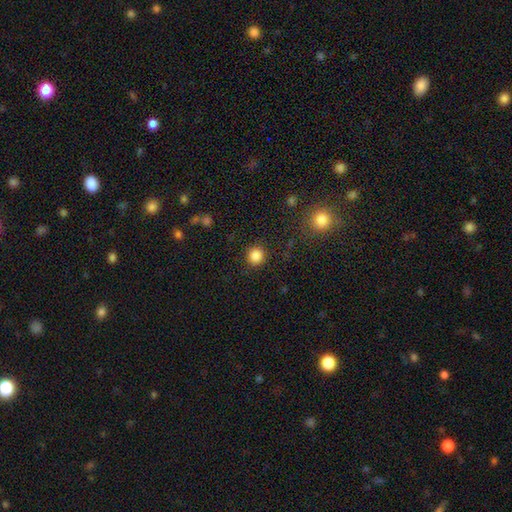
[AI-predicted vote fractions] Smooth or featured?
  - smooth: 86% *
  - star or artifact: 11%
  - featured or disk: 3%
How rounded?
  - round: 93% *
  - in between: 6%
  - cigar-shaped: 1%
Merging?
  - none: 88% *
  - minor disturbance: 7%
  - major disturbance: 3%
  - merger: 2%